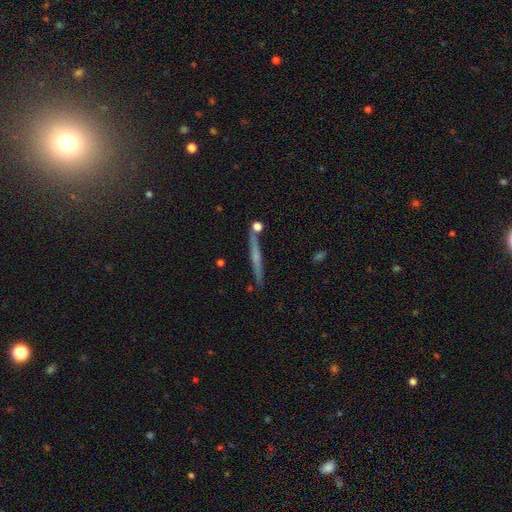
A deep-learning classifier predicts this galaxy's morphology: A featured or disk galaxy (57%) viewed edge-on (96%) with no central bulge (49%).

Vote fractions:
- Smooth or featured? featured or disk: 57% / smooth: 34% / star or artifact: 8%
- Edge-on disk? yes: 96% / no: 4%
- Edge-on bulge? none: 49% / rounded: 43% / boxy: 8%
- Merging? none: 84% / minor disturbance: 9% / merger: 5% / major disturbance: 2%